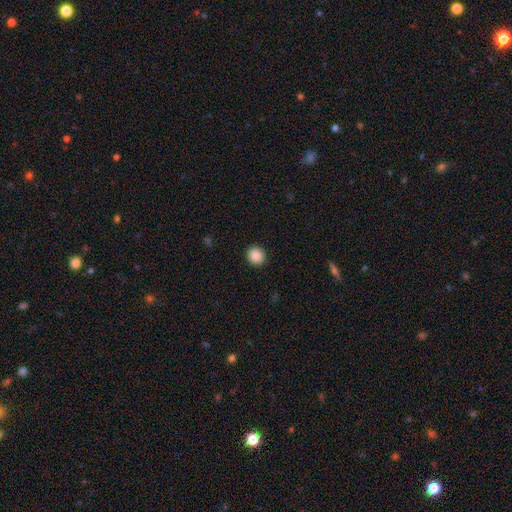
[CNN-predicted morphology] A smooth galaxy with no disk features (88%) that is round (84%). Merging: none (92%).